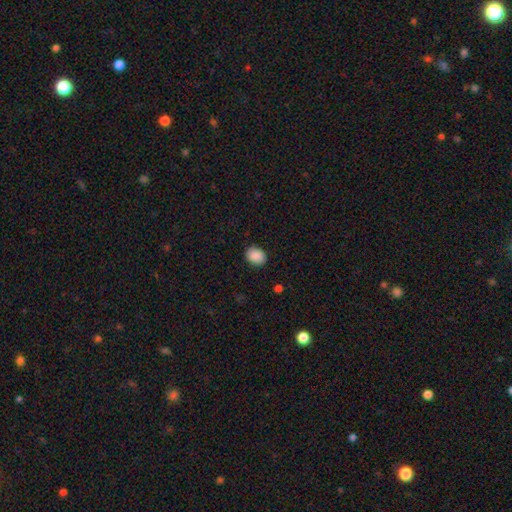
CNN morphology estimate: smooth-or-featured: smooth: 89% | star or artifact: 8% | featured or disk: 3%
  how-rounded: in between: 52% | round: 47% | cigar-shaped: 1%
  merging: none: 88% | minor disturbance: 9% | major disturbance: 2% | merger: 1%